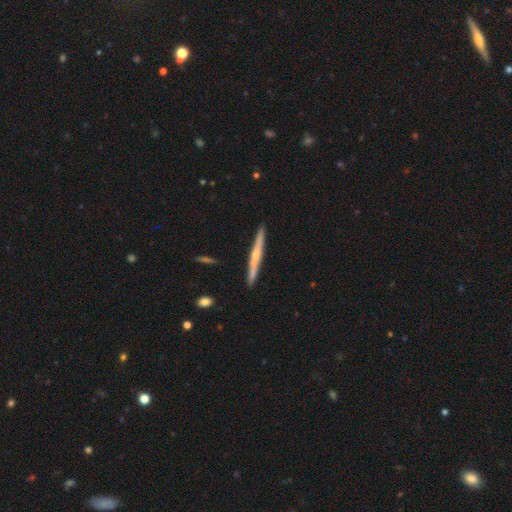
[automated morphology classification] This appears to be a featured or disk galaxy (64%) viewed edge-on (98%) with a rounded central bulge (64%). Merging: none (91%).